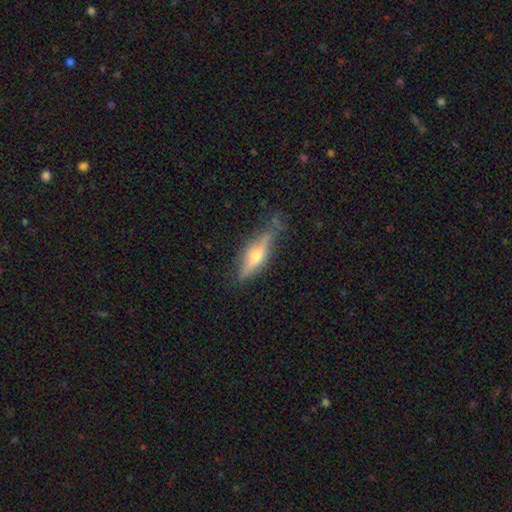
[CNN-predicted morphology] This appears to be a featured or disk galaxy (62%) viewed edge-on (91%) with a rounded central bulge (90%). Merging: none (74%).